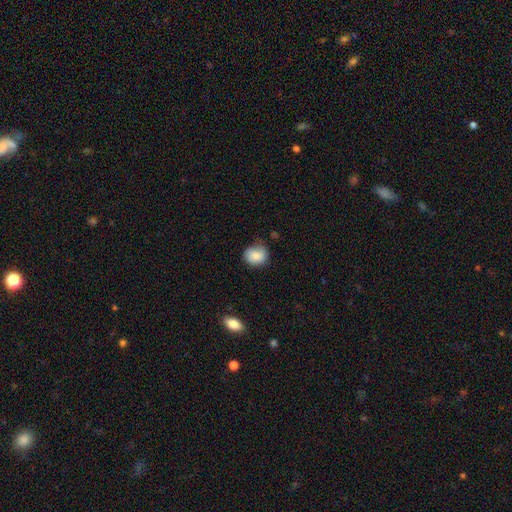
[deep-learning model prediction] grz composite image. It shows a smooth galaxy with no disk features (84%) that is round (70%). Merging: none (68%).